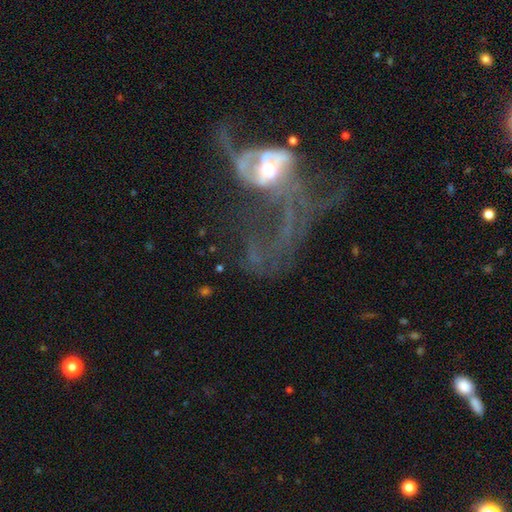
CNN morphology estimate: Overall: featured or disk (72%). Edge-on disk: no (94%). Bar: no (56%; weak 26%). Spiral arms: yes (57%; no 43%). Bulge size: moderate (62%; small 25%). Merging: major disturbance (58%; merger 21%).